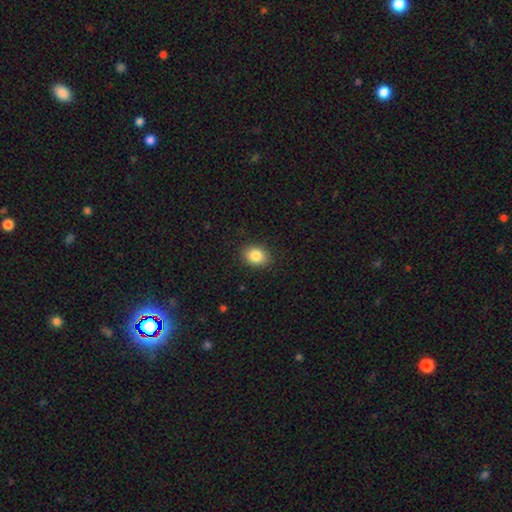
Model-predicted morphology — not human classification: Smooth or featured: smooth — 85% (star or artifact — 9%)
How rounded: in between — 59% (round — 40%)
Merging: none — 89% (minor disturbance — 8%)